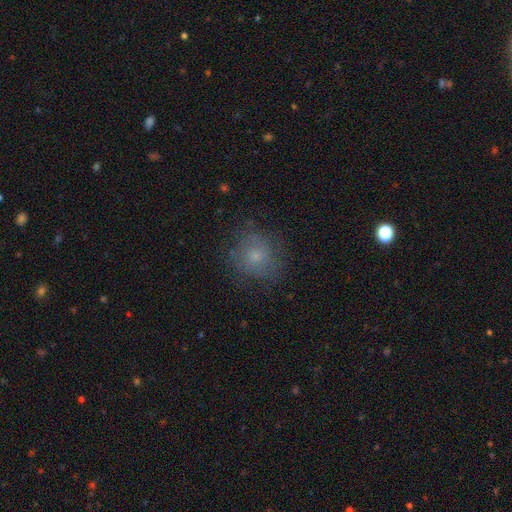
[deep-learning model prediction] Smooth or featured: smooth — 67% (featured or disk — 20%)
How rounded: round — 80% (in between — 19%)
Merging: none — 72% (minor disturbance — 18%)